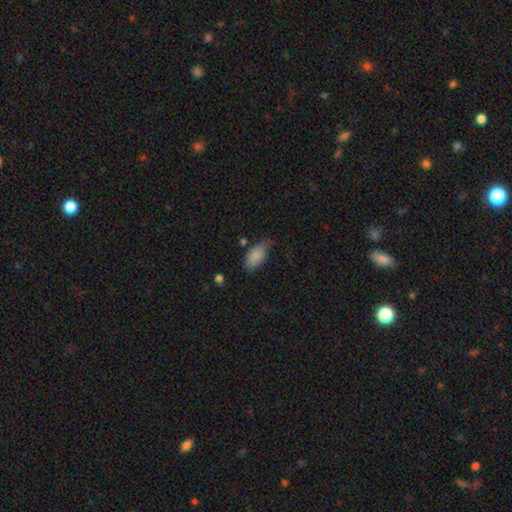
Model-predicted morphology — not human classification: smooth-or-featured: smooth: 86% | star or artifact: 7% | featured or disk: 7%
  how-rounded: in between: 92% | cigar-shaped: 5% | round: 3%
  merging: none: 51% | minor disturbance: 37% | major disturbance: 9% | merger: 3%